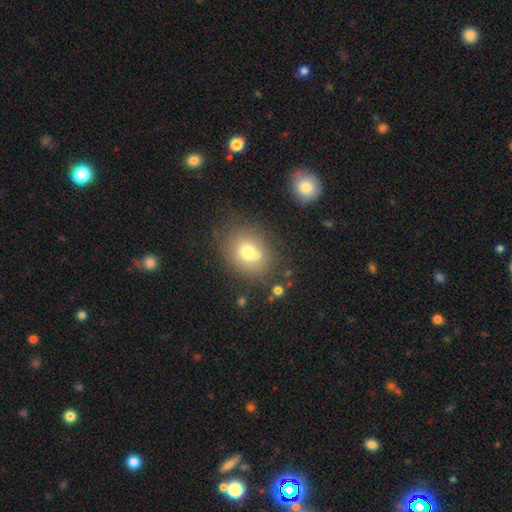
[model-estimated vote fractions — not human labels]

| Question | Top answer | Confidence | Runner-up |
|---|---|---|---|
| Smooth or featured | smooth | 68% | featured or disk (19%) |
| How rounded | round | 68% | in between (31%) |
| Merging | none | 55% | merger (28%) |